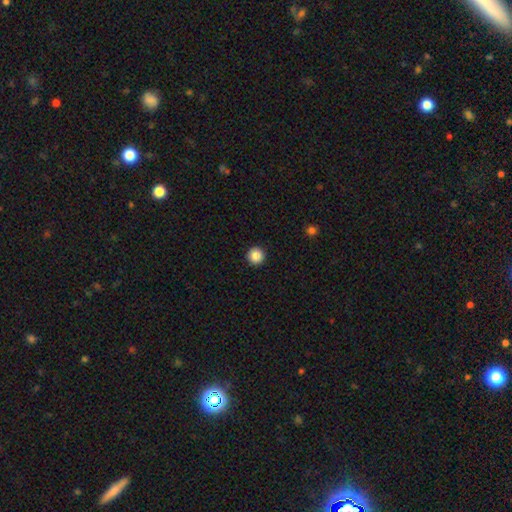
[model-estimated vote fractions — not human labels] smooth 86%, star or artifact 10%, featured or disk 4%. Down the decision tree: how rounded — round (96%); merging — none (94%).